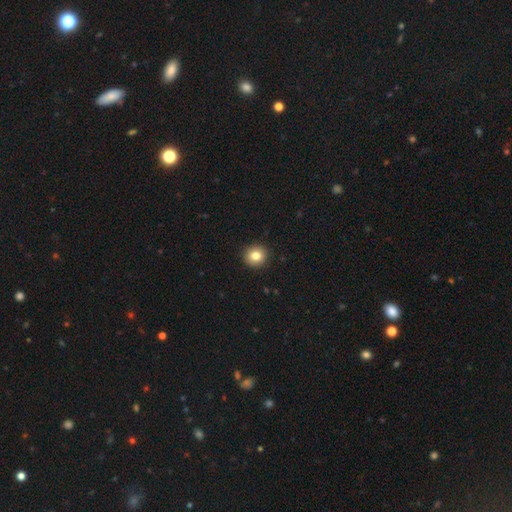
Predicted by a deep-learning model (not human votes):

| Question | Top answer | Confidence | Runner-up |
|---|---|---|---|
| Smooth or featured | smooth | 82% | star or artifact (10%) |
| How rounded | round | 91% | in between (8%) |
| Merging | none | 92% | minor disturbance (5%) |